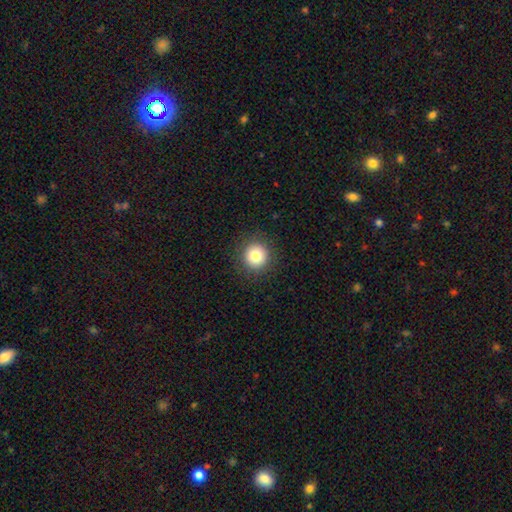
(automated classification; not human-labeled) Q: Smooth or featured?
A: smooth (80%); runner-up: star or artifact (11%)
Q: How rounded?
A: round (95%); runner-up: in between (4%)
Q: Merging?
A: none (91%); runner-up: minor disturbance (6%)